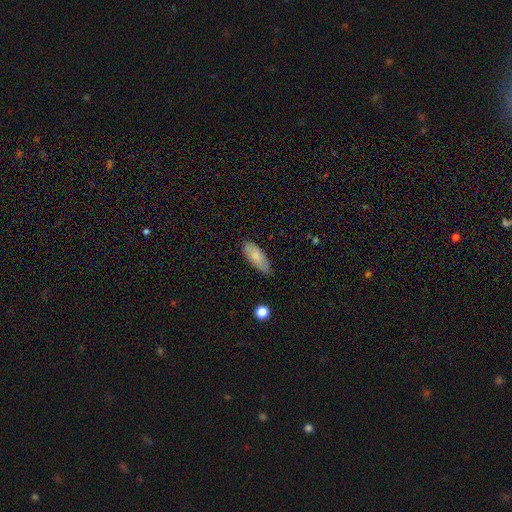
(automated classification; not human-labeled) smooth 80%, featured or disk 14%, star or artifact 6%. Down the decision tree: how rounded — in between (76%); merging — none (75%).